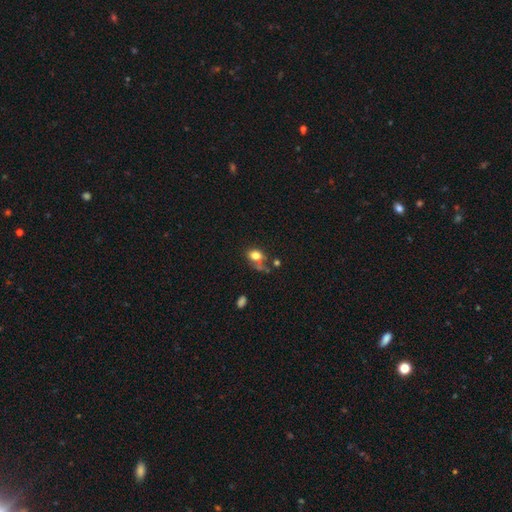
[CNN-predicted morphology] Q: Smooth or featured?
A: smooth (77%); runner-up: featured or disk (12%)
Q: How rounded?
A: in between (57%); runner-up: round (41%)
Q: Merging?
A: none (41%); runner-up: minor disturbance (22%)